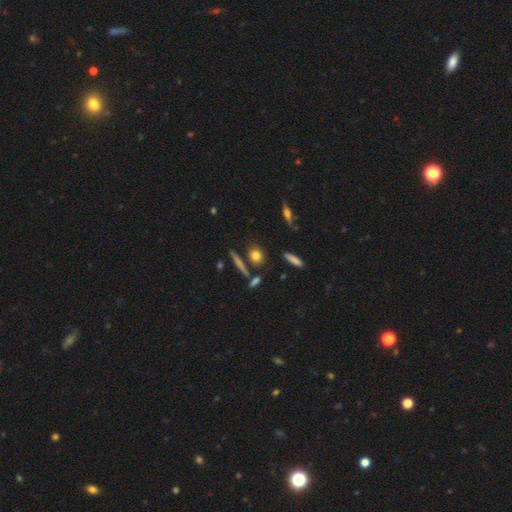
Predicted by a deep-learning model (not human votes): Morphology: type=smooth (73%); roundness=round (52%); merging=none (78%).